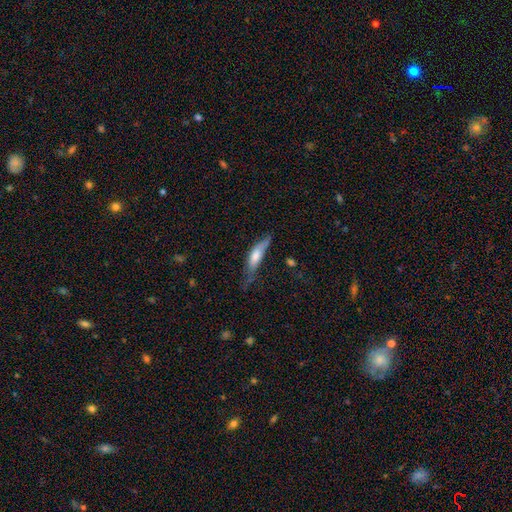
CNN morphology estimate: Smooth or featured? smooth (60%)
How rounded? cigar-shaped (65%)
Merging? none (43%)